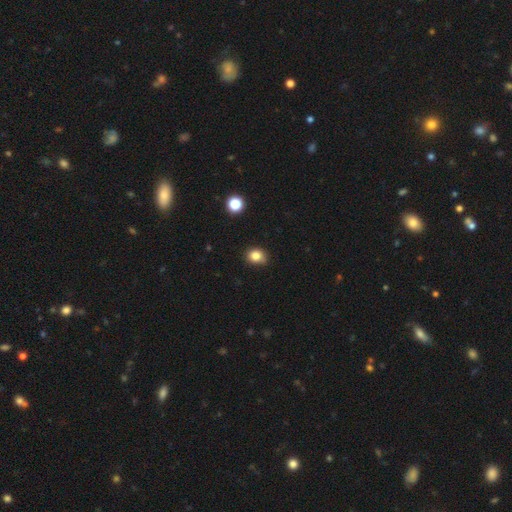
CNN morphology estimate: Smooth or featured? Predicted: smooth (p=0.82). How rounded? Predicted: round (p=0.61). Merging? Predicted: none (p=0.77).